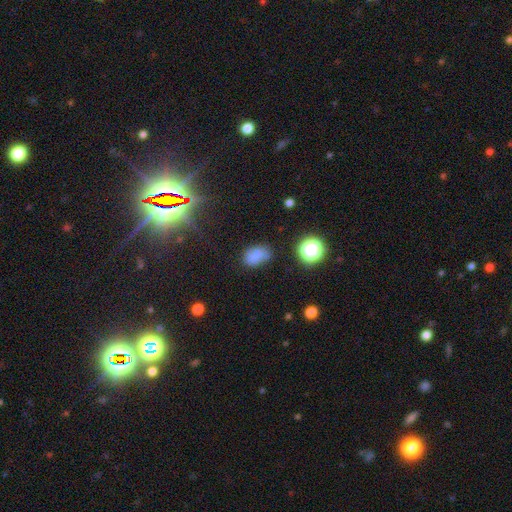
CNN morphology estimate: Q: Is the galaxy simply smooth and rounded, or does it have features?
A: smooth — 74%.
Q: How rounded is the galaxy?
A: in between — 82%.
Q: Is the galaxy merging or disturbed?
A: none — 57%.